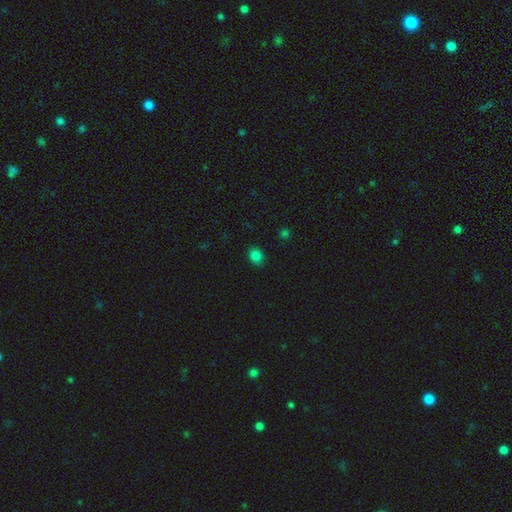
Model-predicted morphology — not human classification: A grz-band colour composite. It shows a smooth galaxy with no disk features (81%) that is round (58%). Merging: none (88%).